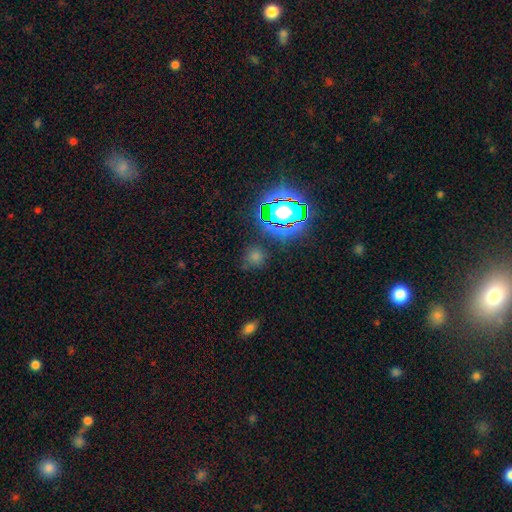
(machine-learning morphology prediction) This is possibly a star or artifact rather than a galaxy (47%).